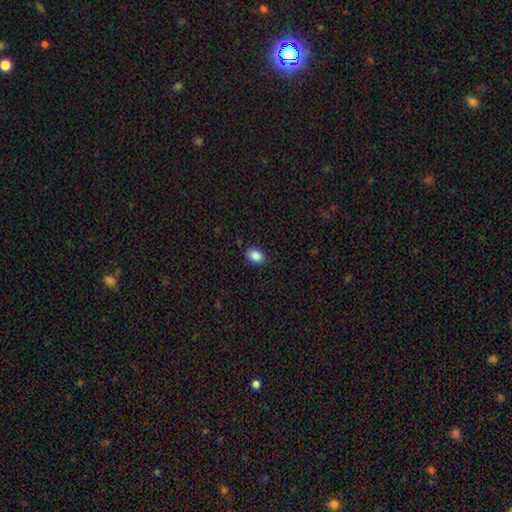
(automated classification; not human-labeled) Overall: smooth (88%). How rounded: in between (68%; round 31%). Merging: none (88%).